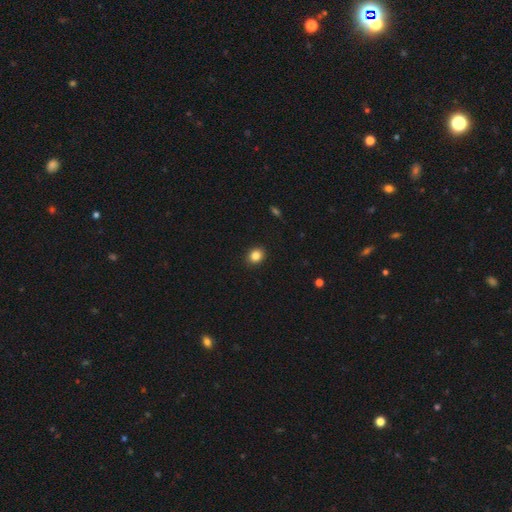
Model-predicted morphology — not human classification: Overall: smooth (85%). How rounded: round (59%; in between 40%). Merging: none (91%).